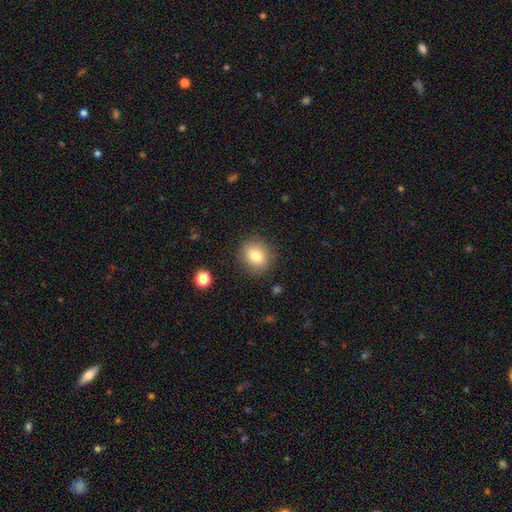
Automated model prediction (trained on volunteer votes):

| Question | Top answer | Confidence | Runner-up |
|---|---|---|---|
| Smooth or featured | smooth | 80% | star or artifact (10%) |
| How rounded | round | 75% | in between (24%) |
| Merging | none | 87% | minor disturbance (9%) |